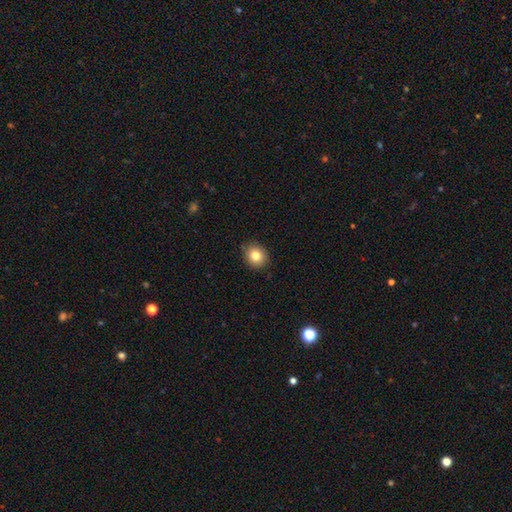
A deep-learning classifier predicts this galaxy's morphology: Smooth or featured? smooth (81%)
How rounded? round (74%)
Merging? none (88%)